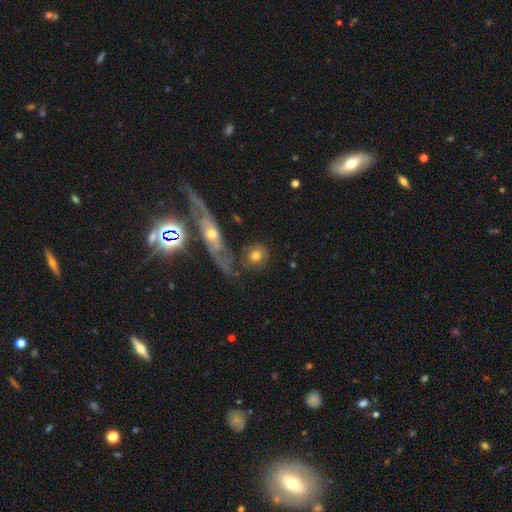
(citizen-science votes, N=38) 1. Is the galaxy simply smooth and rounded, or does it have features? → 58% smooth, 37% featured or disk, 5% star or artifact.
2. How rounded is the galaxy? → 95% round, 5% in between, 0% cigar-shaped.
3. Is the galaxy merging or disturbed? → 69% none, 22% minor disturbance, 6% major disturbance, 3% merger.